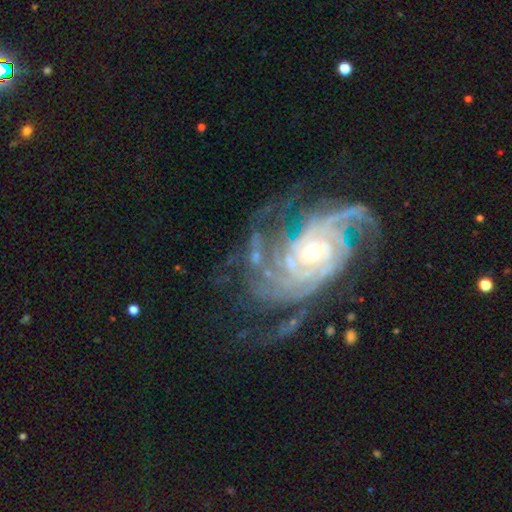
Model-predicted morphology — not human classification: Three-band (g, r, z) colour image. It shows a featured or disk galaxy (91%) with no bar (65%), 4 (28%) tight (68%) spiral arms (98%) and a small central bulge (63%). Merging: none (63%).